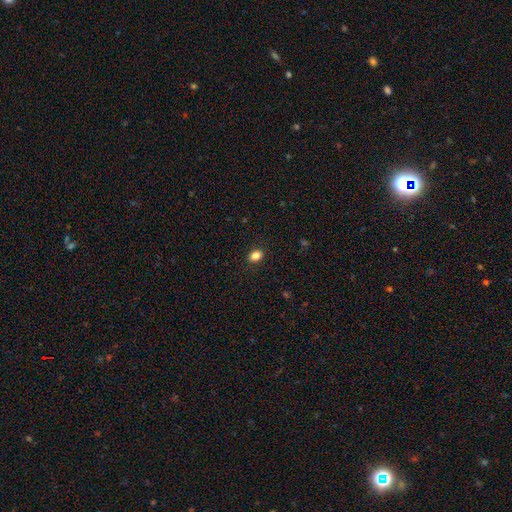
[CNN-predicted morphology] Smooth or featured? Predicted: smooth (p=0.85). How rounded? Predicted: in between (p=0.68). Merging? Predicted: none (p=0.89).